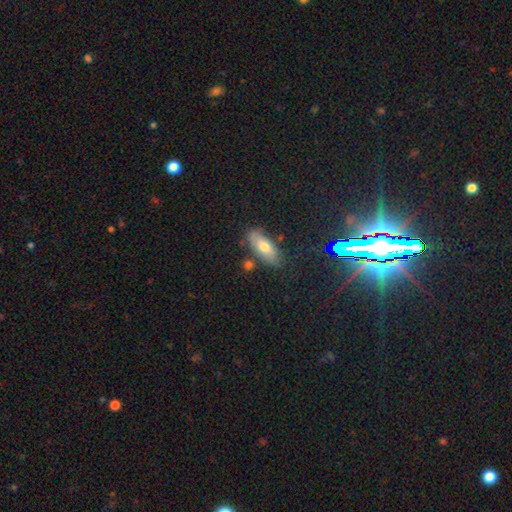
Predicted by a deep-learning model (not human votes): This is marginally a star or artifact rather than a galaxy (40%).